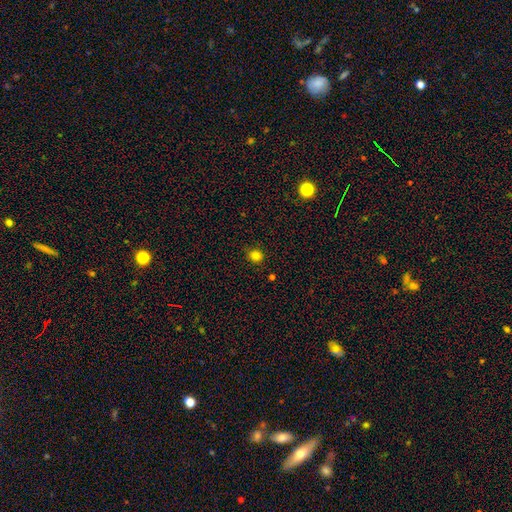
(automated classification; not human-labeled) This is clearly a smooth galaxy (82%). How rounded: clearly round (83%). Merging: clearly none (85%).